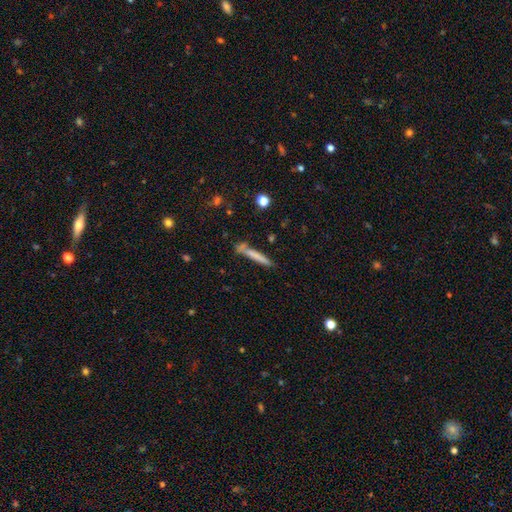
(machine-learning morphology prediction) Smooth or featured: smooth — 68% (featured or disk — 25%)
How rounded: cigar-shaped — 95% (in between — 4%)
Merging: none — 72% (minor disturbance — 14%)